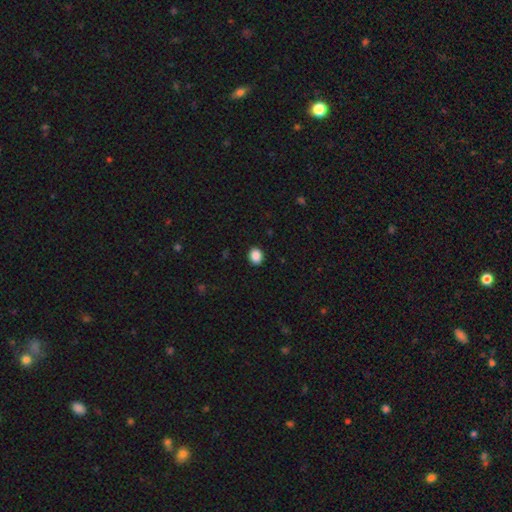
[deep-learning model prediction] Smooth or featured? Predicted: smooth (p=0.88). How rounded? Predicted: round (p=0.60). Merging? Predicted: none (p=0.91).